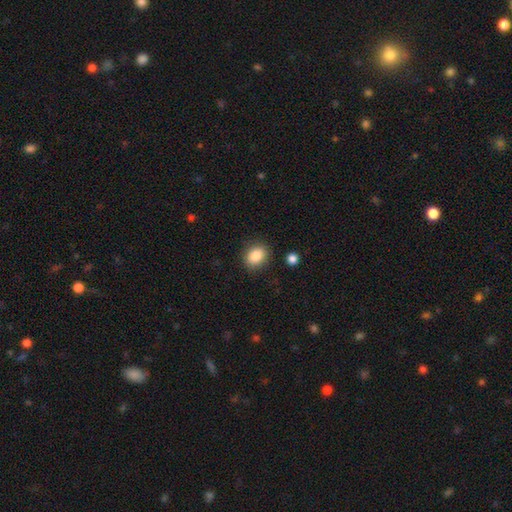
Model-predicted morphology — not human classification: A smooth galaxy with no disk features (87%) that is in between round and cigar-shaped (51%). Merging: none (85%).